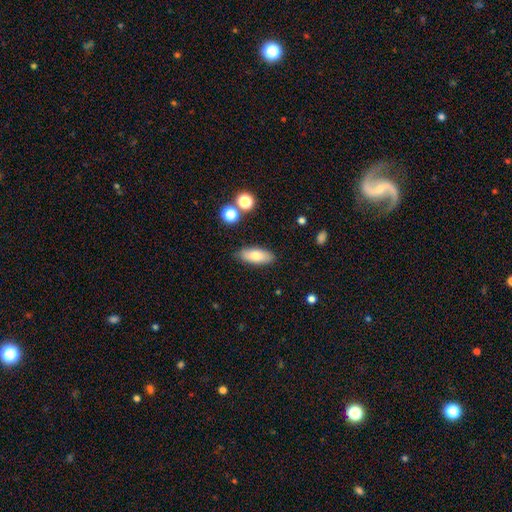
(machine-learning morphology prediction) type=smooth (74%); roundness=in between (78%); merging=none (84%).